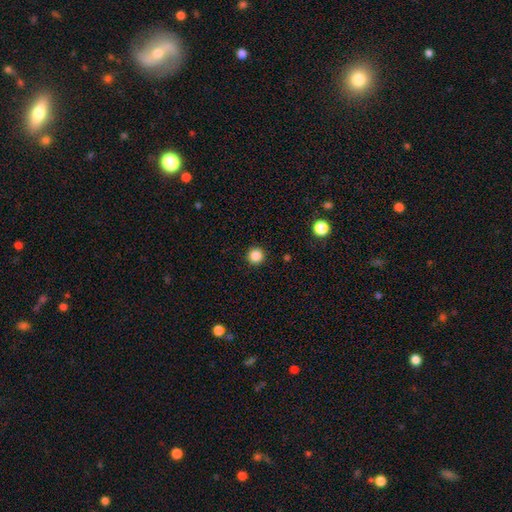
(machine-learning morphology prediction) This is clearly a smooth galaxy (86%). How rounded: clearly round (96%). Merging: clearly none (93%).